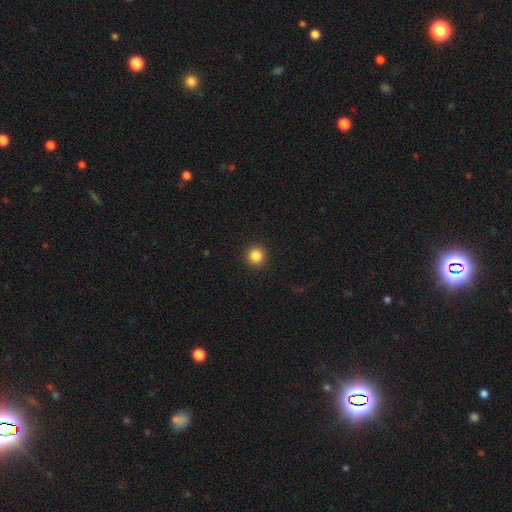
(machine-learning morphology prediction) The model was most divided on "smooth or featured": smooth: 86%, star or artifact: 10%, featured or disk: 3%. More confident: how rounded — round (94%); merging — none (93%).